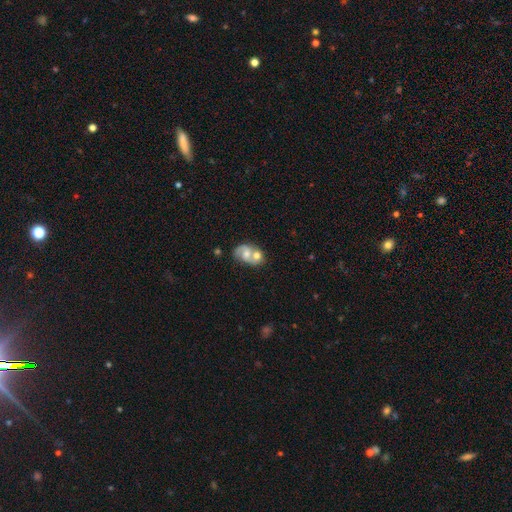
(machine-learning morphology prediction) A featured or disk galaxy (63%) with no bar (65%), spiral arms (81%) and a moderate central bulge (57%). Merging: merger (57%).